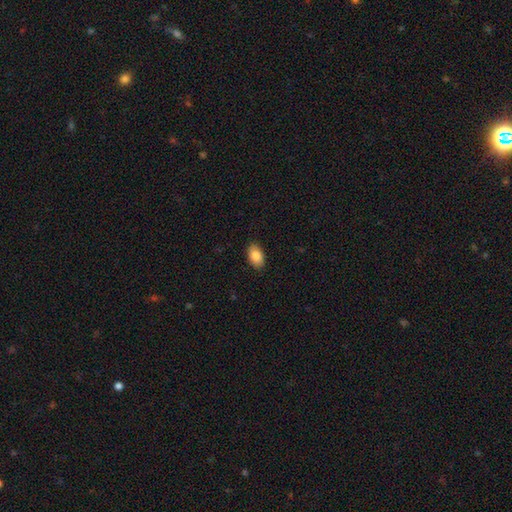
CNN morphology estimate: This is clearly a smooth galaxy (85%). How rounded: clearly in between (92%). Merging: clearly none (89%).